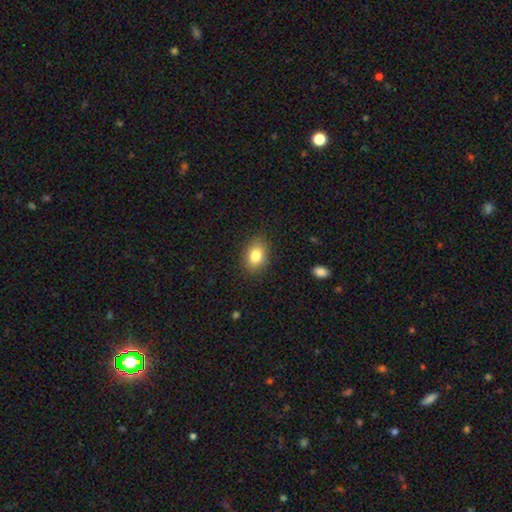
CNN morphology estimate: Smooth or featured: smooth — 83% (star or artifact — 9%)
How rounded: in between — 75% (round — 24%)
Merging: none — 87% (minor disturbance — 9%)